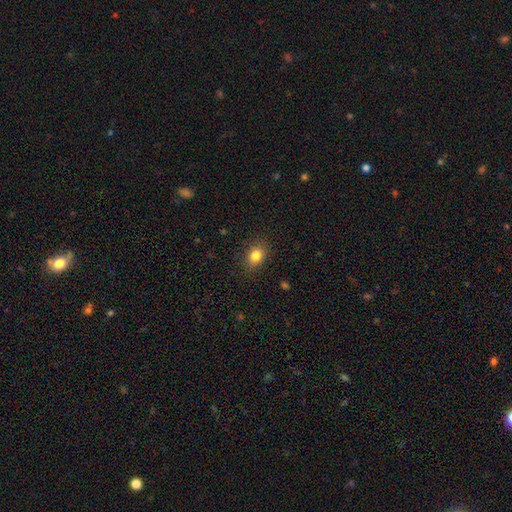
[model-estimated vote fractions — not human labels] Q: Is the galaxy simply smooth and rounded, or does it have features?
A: smooth — 83%.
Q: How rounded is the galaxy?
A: in between — 61%.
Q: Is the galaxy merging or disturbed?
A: none — 86%.